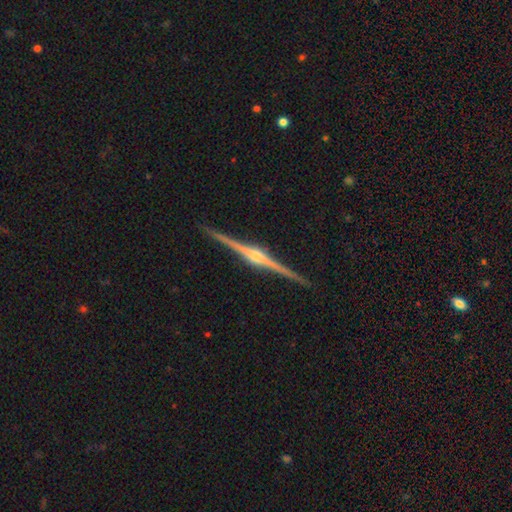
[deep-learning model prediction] Smooth or featured?
  - featured or disk: 91% *
  - smooth: 4%
  - star or artifact: 4%
Edge-on disk?
  - yes: 99% *
  - no: 1%
Edge-on bulge?
  - rounded: 88% *
  - boxy: 7%
  - none: 4%
Merging?
  - none: 93% *
  - minor disturbance: 5%
  - major disturbance: 1%
  - merger: 1%